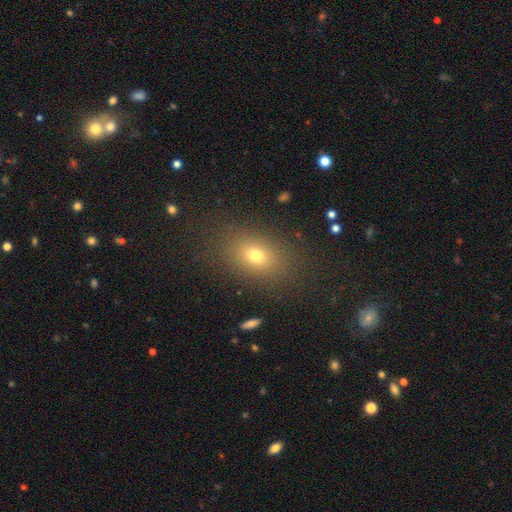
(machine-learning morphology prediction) type=smooth (72%); roundness=in between (70%); merging=none (83%).